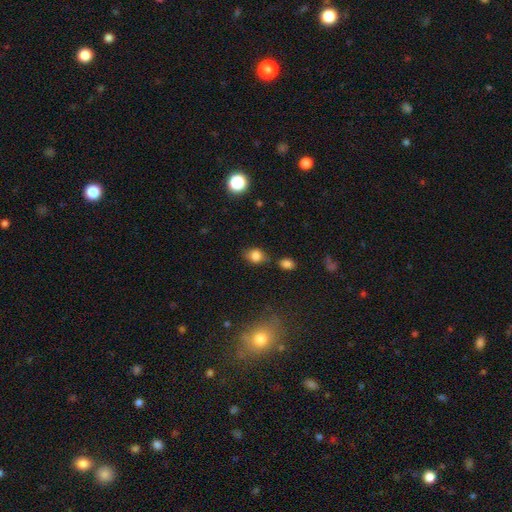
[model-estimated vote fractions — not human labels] Q: Smooth or featured?
A: smooth (80%); runner-up: star or artifact (12%)
Q: How rounded?
A: in between (50%); runner-up: round (48%)
Q: Merging?
A: none (63%); runner-up: minor disturbance (22%)